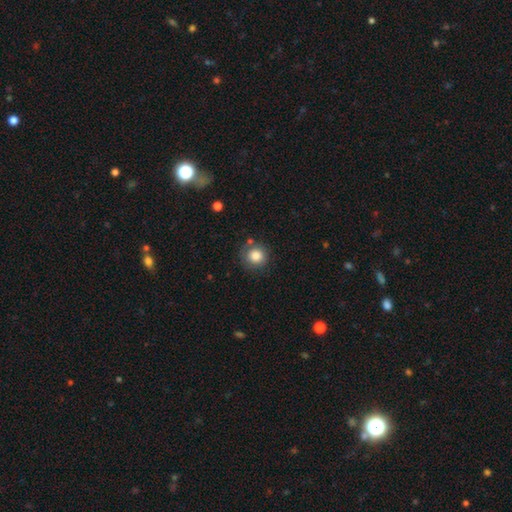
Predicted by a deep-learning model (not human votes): Smooth or featured? Predicted: smooth (p=0.83). How rounded? Predicted: round (p=0.92). Merging? Predicted: none (p=0.78).